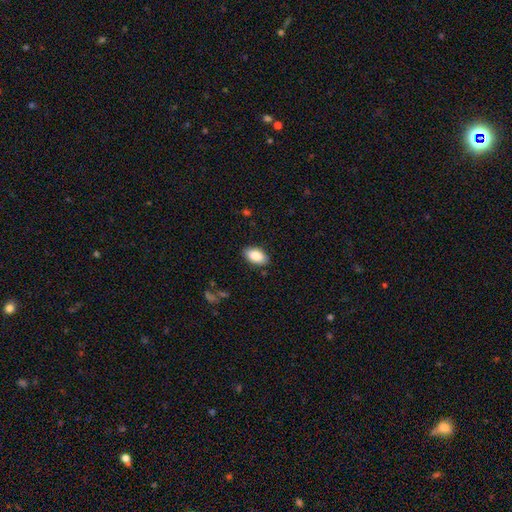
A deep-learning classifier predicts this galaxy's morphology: Smooth or featured? Predicted: smooth (p=0.87). How rounded? Predicted: in between (p=0.94). Merging? Predicted: none (p=0.87).